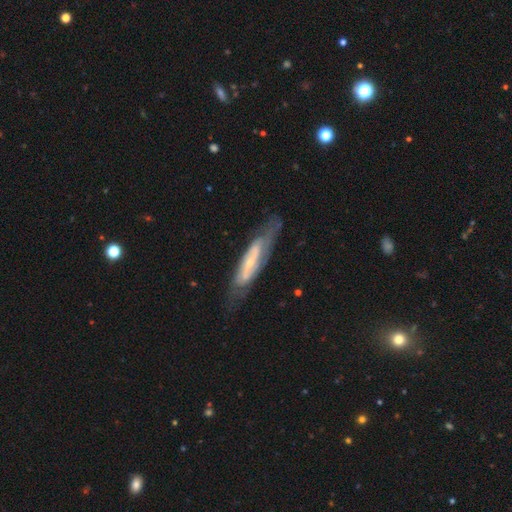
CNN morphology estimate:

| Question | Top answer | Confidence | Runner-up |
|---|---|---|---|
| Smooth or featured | featured or disk | 69% | smooth (24%) |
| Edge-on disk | no | 52% | yes (48%) |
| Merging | none | 71% | minor disturbance (19%) |